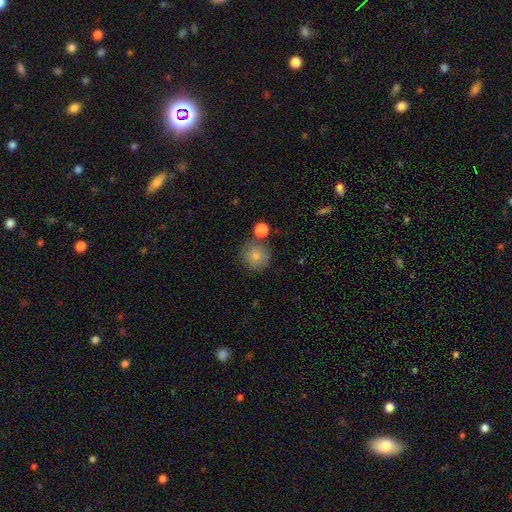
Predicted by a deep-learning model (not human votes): smooth 82%, star or artifact 9%, featured or disk 8%. Down the decision tree: how rounded — round (93%); merging — none (73%).